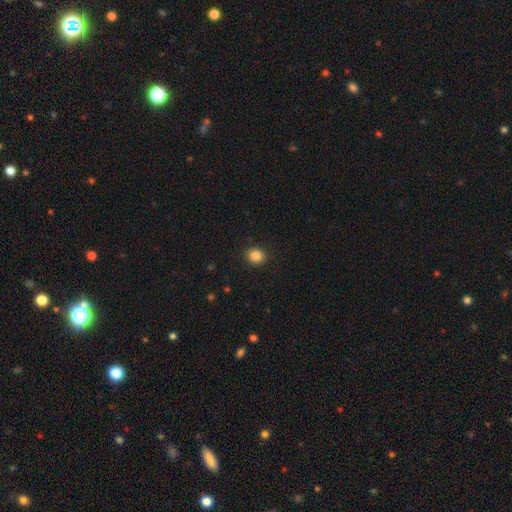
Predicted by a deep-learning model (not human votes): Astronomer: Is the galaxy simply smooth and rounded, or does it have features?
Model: smooth — 85%.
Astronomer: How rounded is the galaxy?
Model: round — 76%.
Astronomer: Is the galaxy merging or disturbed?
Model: none — 90%.